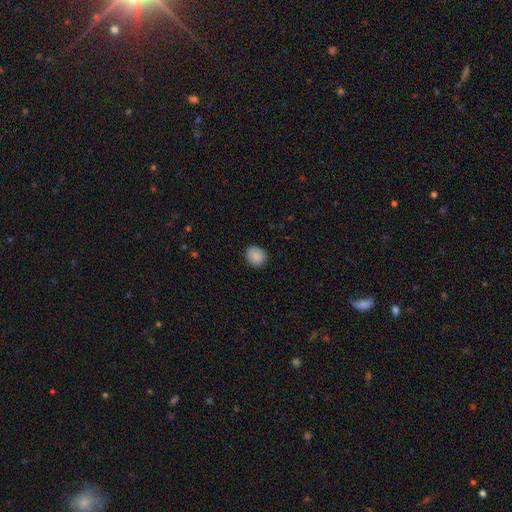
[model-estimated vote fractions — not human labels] Morphology: type=smooth (88%); roundness=round (76%); merging=none (89%).